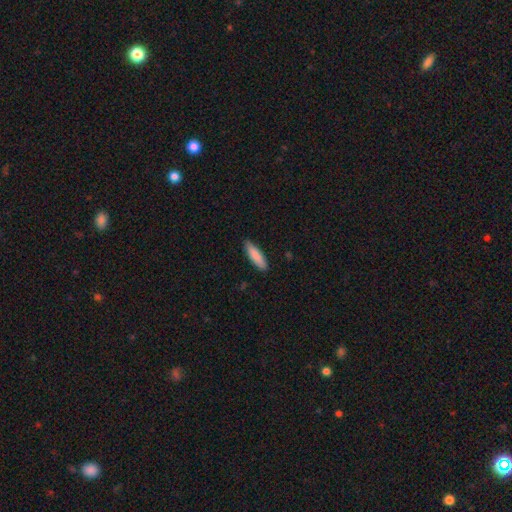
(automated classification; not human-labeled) smooth_or_featured: smooth (p=0.87) [alt: featured or disk p=0.08]
how_rounded: cigar-shaped (p=0.64) [alt: in between p=0.35]
merging: none (p=0.86) [alt: minor disturbance p=0.11]